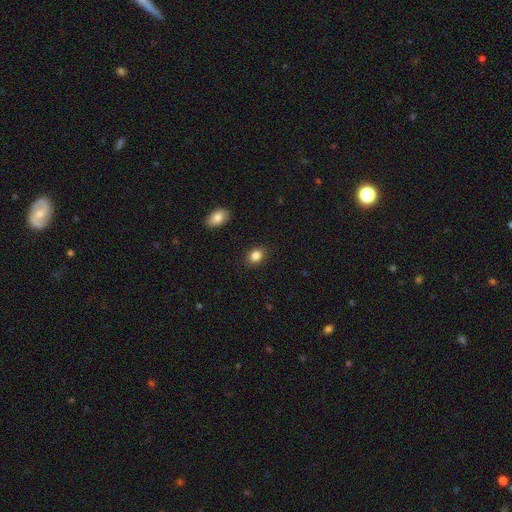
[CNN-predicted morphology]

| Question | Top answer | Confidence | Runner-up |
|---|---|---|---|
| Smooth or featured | smooth | 85% | star or artifact (9%) |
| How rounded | in between | 66% | round (33%) |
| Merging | none | 88% | minor disturbance (8%) |